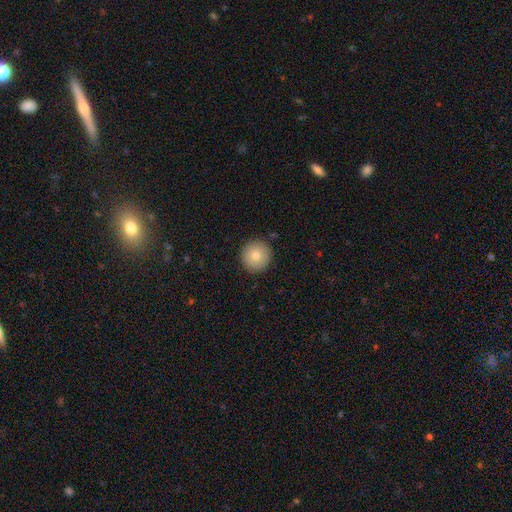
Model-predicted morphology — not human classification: A smooth galaxy with no disk features (81%) that is round (96%). Merging: none (91%).